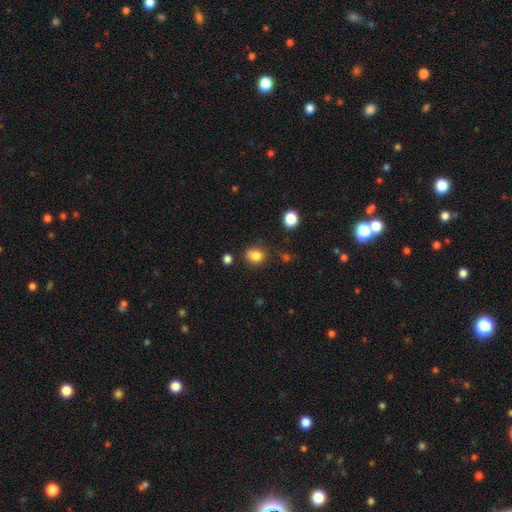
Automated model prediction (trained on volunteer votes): smooth 83%, star or artifact 12%, featured or disk 6%. Down the decision tree: how rounded — round (64%); merging — none (74%).